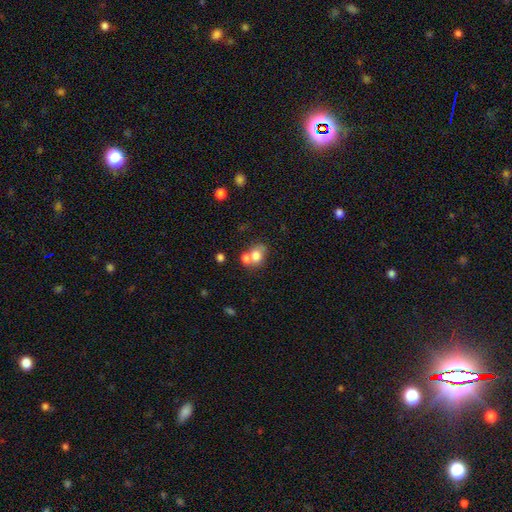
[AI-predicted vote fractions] This appears to be a smooth galaxy with no disk features (72%) that is in between round and cigar-shaped (51%). Merging: merger (49%).